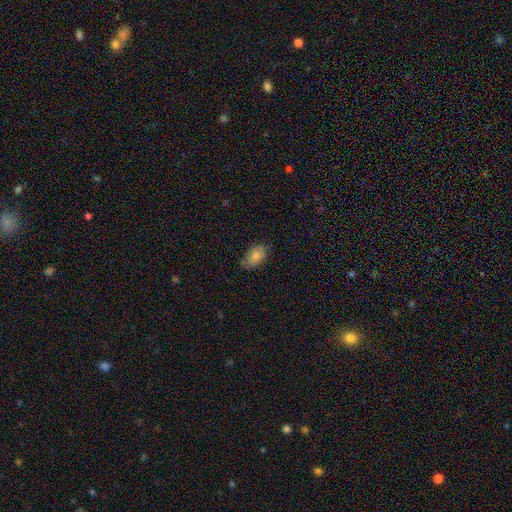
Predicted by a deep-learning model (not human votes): Morphology: type=smooth (82%); roundness=in between (89%); merging=none (70%).